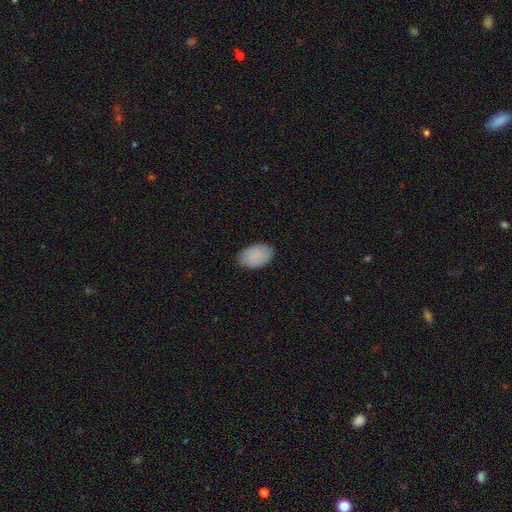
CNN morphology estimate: Smooth or featured? smooth (85%)
How rounded? in between (92%)
Merging? none (84%)